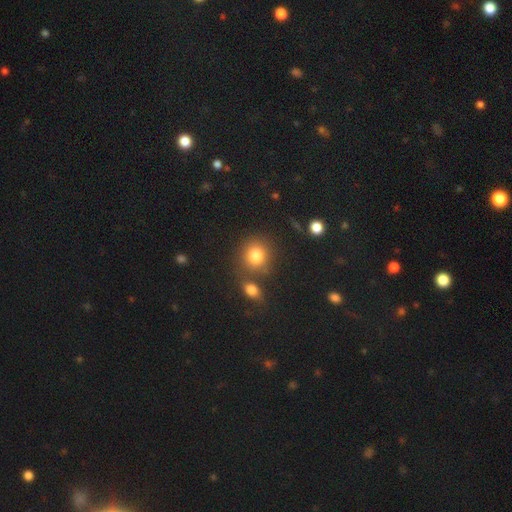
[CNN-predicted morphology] smooth_or_featured: smooth (p=0.81) [alt: star or artifact p=0.12]
how_rounded: round (p=0.81) [alt: in between p=0.18]
merging: none (p=0.68) [alt: merger p=0.17]